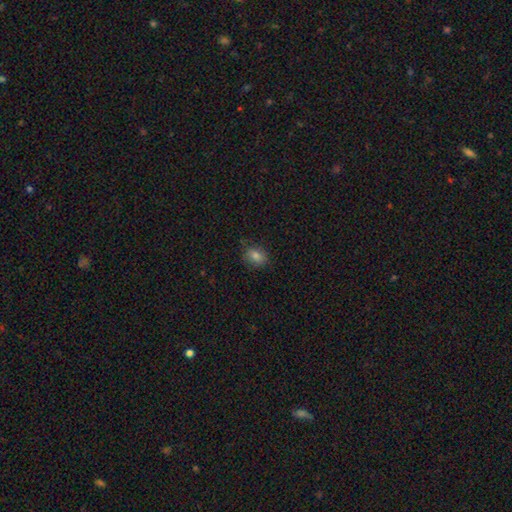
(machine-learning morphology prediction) Smooth or featured?
  - smooth: 80% *
  - star or artifact: 12%
  - featured or disk: 8%
How rounded?
  - in between: 57% *
  - round: 42%
  - cigar-shaped: 1%
Merging?
  - none: 81% *
  - minor disturbance: 15%
  - major disturbance: 3%
  - merger: 1%